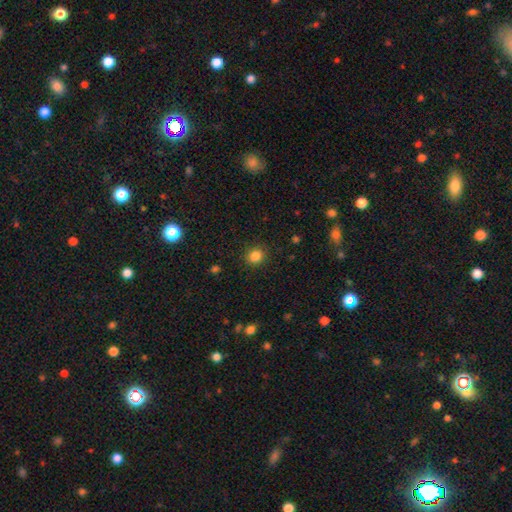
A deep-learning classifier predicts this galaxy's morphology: This appears to be a smooth galaxy with no disk features (84%) that is round (81%). Merging: none (89%).